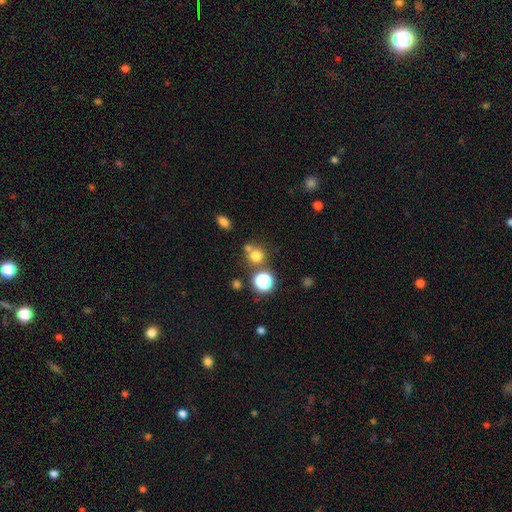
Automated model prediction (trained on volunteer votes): A smooth galaxy with no disk features (72%) that is round (88%). Merging: none (61%).